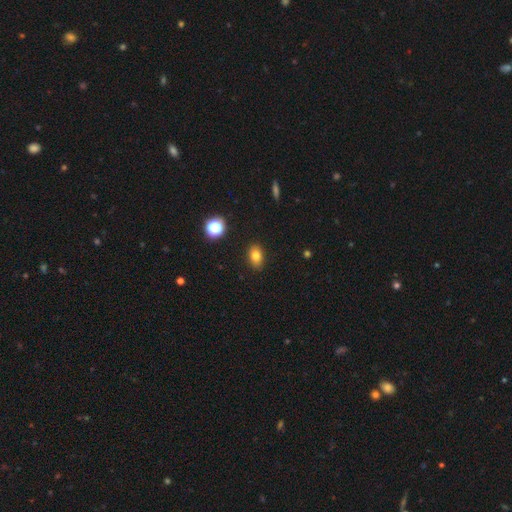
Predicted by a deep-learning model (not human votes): Smooth or featured? Predicted: smooth (p=0.80). How rounded? Predicted: in between (p=0.79). Merging? Predicted: none (p=0.88).